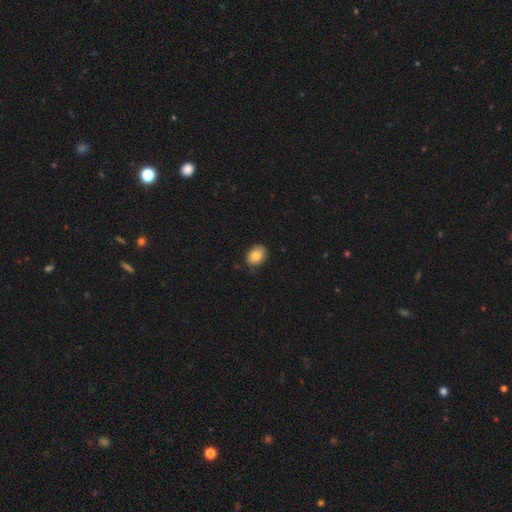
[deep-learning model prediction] Smooth or featured? Predicted: smooth (p=0.82). How rounded? Predicted: in between (p=0.78). Merging? Predicted: none (p=0.75).